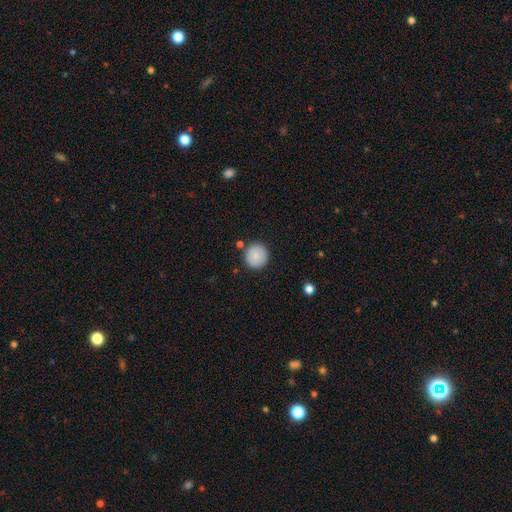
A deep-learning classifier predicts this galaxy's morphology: The model was most divided on "smooth or featured": smooth: 87%, star or artifact: 8%, featured or disk: 5%. More confident: how rounded — round (93%); merging — none (87%).